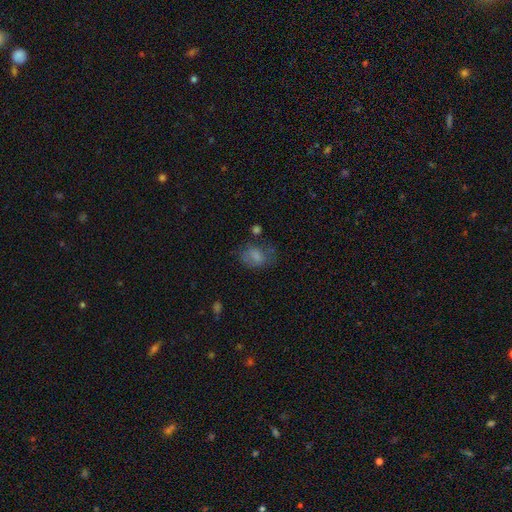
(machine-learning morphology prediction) smooth_or_featured: smooth (p=0.72) [alt: featured or disk p=0.16]
how_rounded: in between (p=0.71) [alt: round p=0.28]
merging: none (p=0.49) [alt: minor disturbance p=0.26]